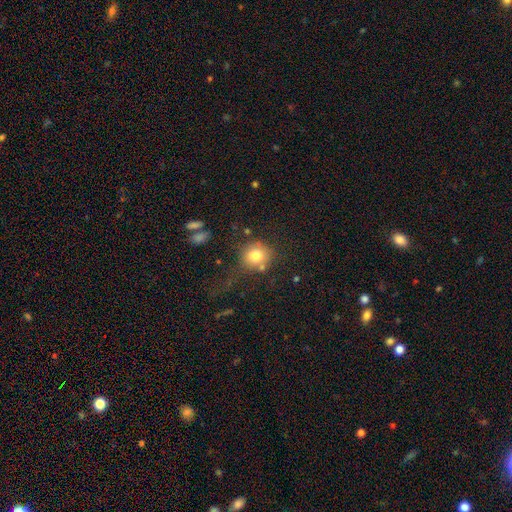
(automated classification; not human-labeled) Smooth or featured: smooth — 79% (featured or disk — 11%)
How rounded: round — 88% (in between — 11%)
Merging: none — 64% (minor disturbance — 16%)